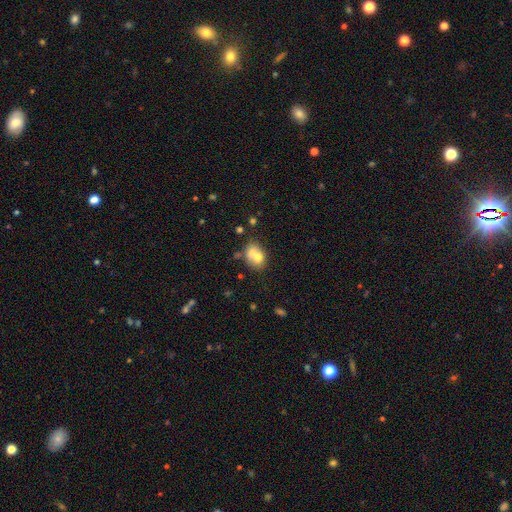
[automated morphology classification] type=smooth (65%); roundness=round (50%); merging=merger (57%).